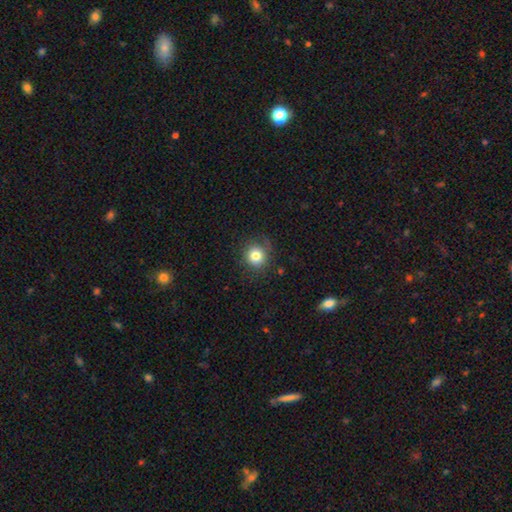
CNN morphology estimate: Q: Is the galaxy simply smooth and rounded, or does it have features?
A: smooth — 81%.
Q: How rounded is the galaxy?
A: round — 91%.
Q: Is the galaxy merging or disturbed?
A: none — 81%.